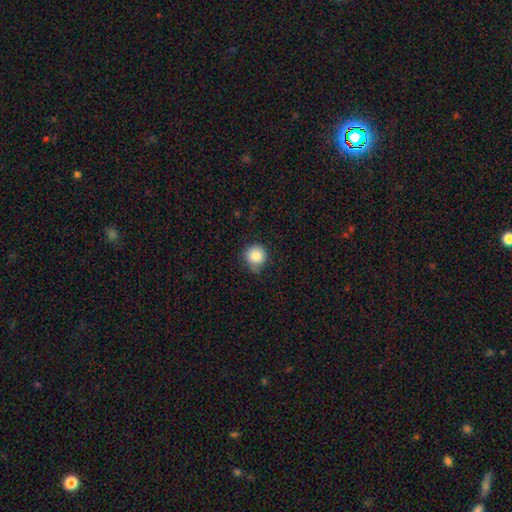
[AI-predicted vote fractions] Smooth or featured? smooth (86%)
How rounded? round (92%)
Merging? none (70%)